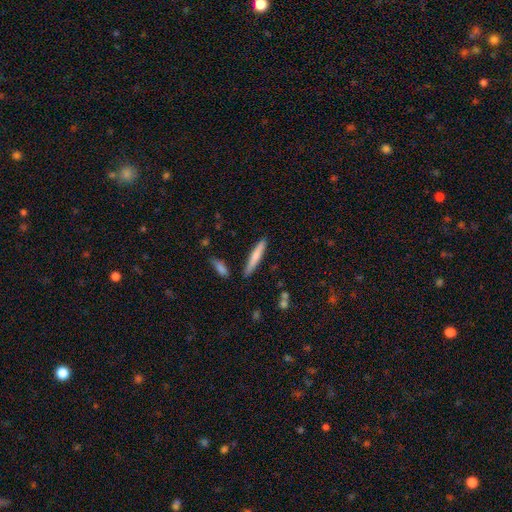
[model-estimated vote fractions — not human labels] This appears to be a smooth galaxy with no disk features (69%) that is cigar-shaped (92%). Merging: none (84%).